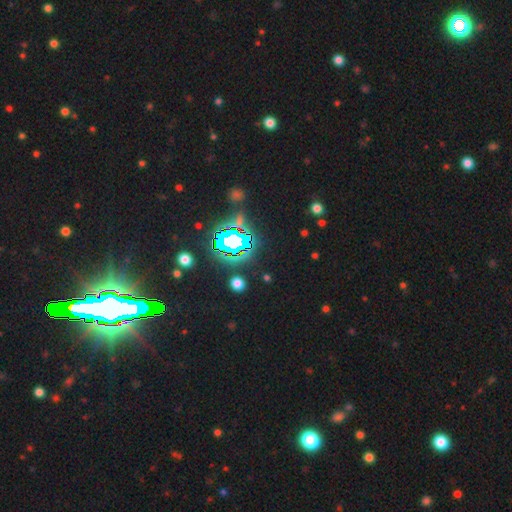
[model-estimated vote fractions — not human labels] Smooth or featured? Predicted: star or artifact (p=0.85).